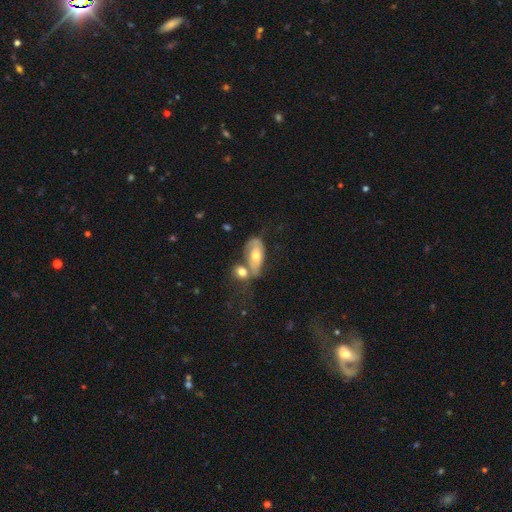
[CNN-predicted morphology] type=smooth (49%); merging=merger (43%).